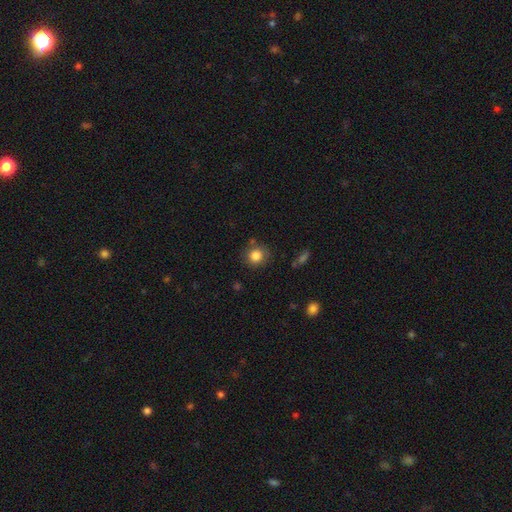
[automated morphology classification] The model was most divided on "merging": none: 79%, minor disturbance: 13%, merger: 4%, major disturbance: 4%. More confident: how rounded — round (85%); smooth or featured — smooth (84%).